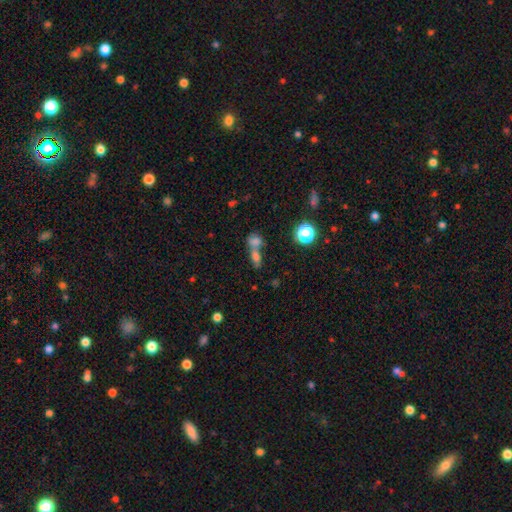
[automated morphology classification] Overall: smooth (68%). How rounded: in between (61%; round 26%). Merging: merger (60%; none 28%).